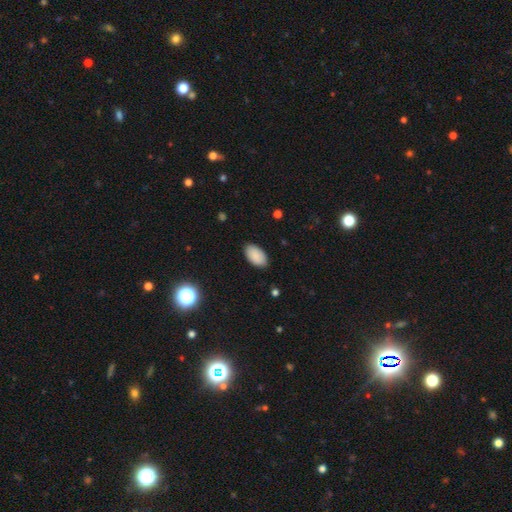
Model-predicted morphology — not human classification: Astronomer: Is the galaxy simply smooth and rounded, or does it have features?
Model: smooth — 89%.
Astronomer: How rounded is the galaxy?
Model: in between — 95%.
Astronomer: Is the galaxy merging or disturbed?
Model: none — 86%.